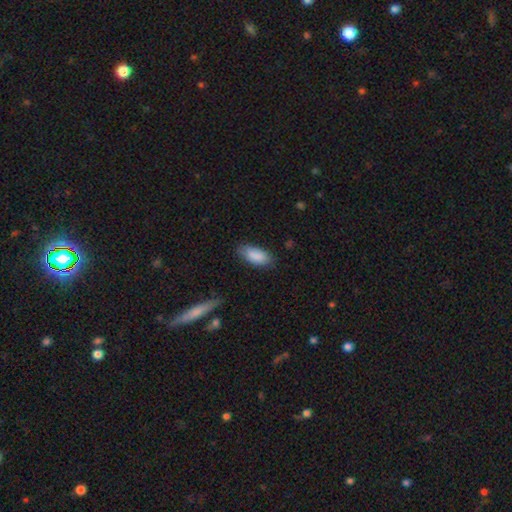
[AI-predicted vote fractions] Overall: smooth (88%). How rounded: in between (87%). Merging: none (78%).